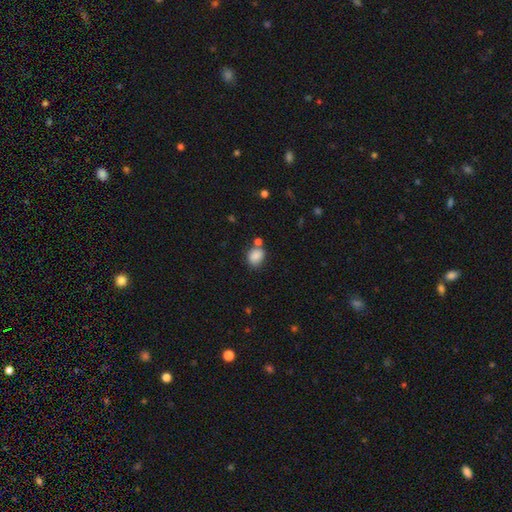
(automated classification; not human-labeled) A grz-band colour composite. It shows a smooth galaxy with no disk features (86%) that is in between round and cigar-shaped (51%). Merging: none (63%).